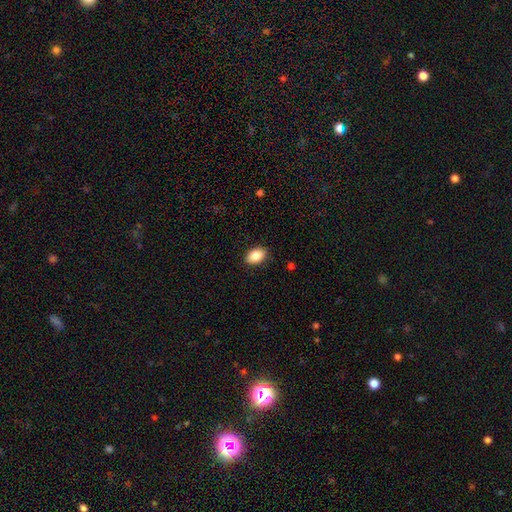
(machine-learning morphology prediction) A smooth galaxy with no disk features (87%) that is in between round and cigar-shaped (87%). Merging: none (89%).